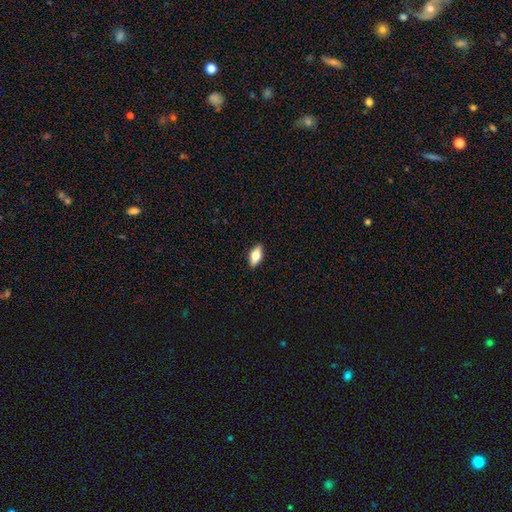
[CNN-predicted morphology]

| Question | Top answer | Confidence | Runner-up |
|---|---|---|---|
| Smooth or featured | smooth | 67% | featured or disk (26%) |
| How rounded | in between | 84% | cigar-shaped (12%) |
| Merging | none | 89% | minor disturbance (8%) |